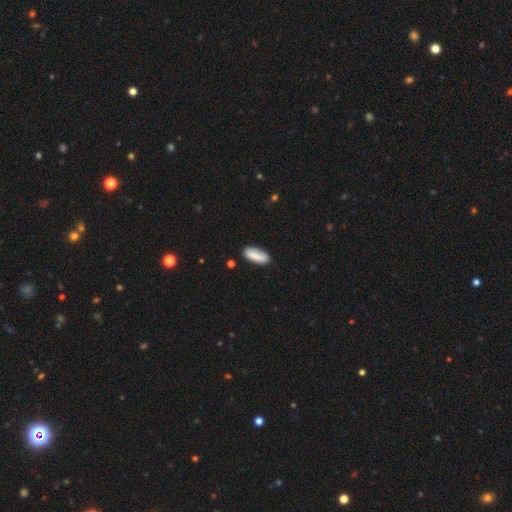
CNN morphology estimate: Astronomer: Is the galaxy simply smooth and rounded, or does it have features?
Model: smooth — 85%.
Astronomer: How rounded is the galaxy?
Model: in between — 66%.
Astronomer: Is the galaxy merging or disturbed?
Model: none — 82%.